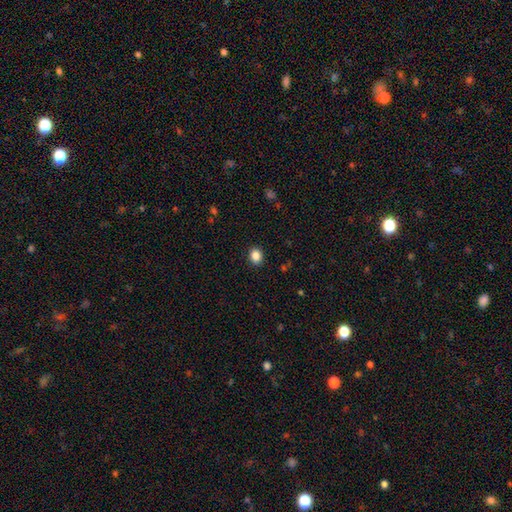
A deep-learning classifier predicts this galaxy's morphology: The model was most divided on "how rounded": round: 50%, in between: 49%, cigar-shaped: 1%. More confident: merging — none (90%); smooth or featured — smooth (87%).